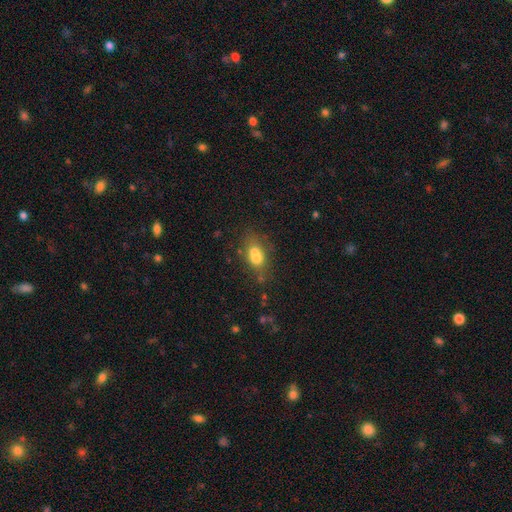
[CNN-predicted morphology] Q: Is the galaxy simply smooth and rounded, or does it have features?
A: smooth — 71%.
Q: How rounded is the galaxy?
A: in between — 79%.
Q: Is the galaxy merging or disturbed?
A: none — 45%.